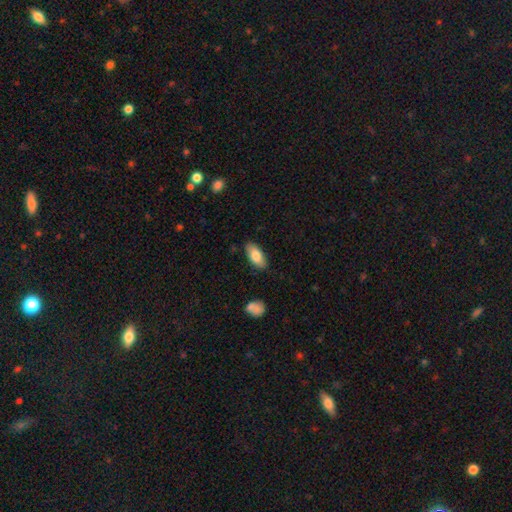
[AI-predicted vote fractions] Smooth or featured?
  - smooth: 81% *
  - featured or disk: 13%
  - star or artifact: 6%
How rounded?
  - in between: 89% *
  - cigar-shaped: 9%
  - round: 2%
Merging?
  - none: 85% *
  - minor disturbance: 12%
  - major disturbance: 2%
  - merger: 1%